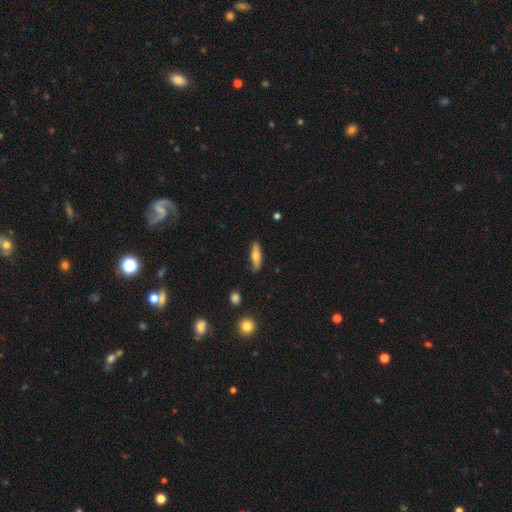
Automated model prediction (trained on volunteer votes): Overall: smooth (67%; featured or disk 27%). How rounded: cigar-shaped (60%; in between 38%). Merging: none (81%).